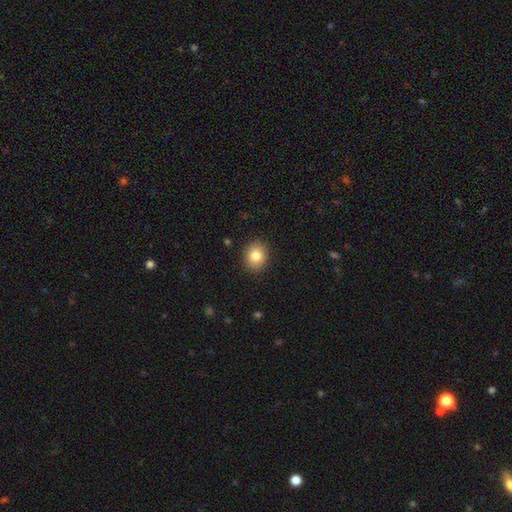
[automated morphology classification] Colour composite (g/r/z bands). It shows a smooth galaxy with no disk features (83%) that is round (60%). Merging: none (89%).